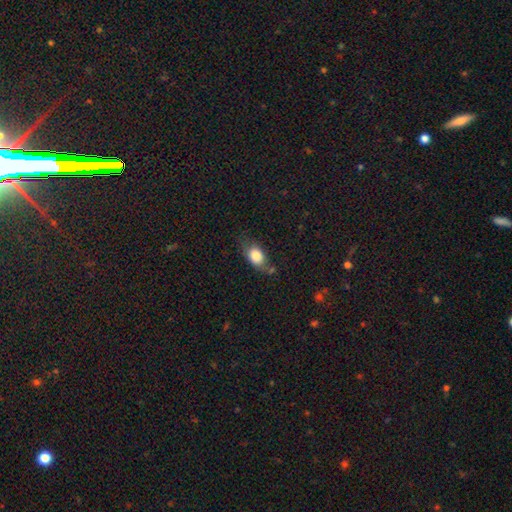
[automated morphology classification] Smooth or featured? smooth (81%)
How rounded? in between (78%)
Merging? none (55%)